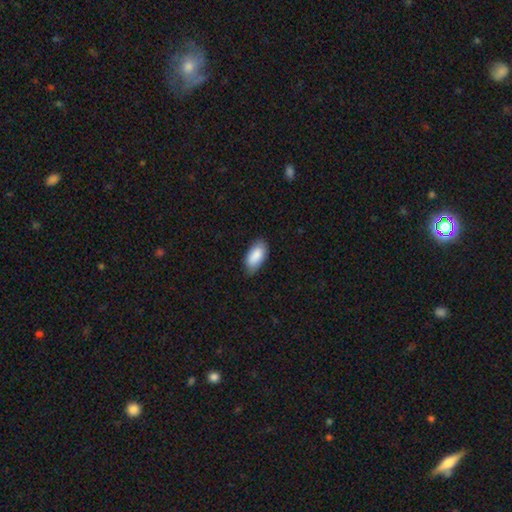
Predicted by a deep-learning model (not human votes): Smooth or featured? Predicted: smooth (p=0.88). How rounded? Predicted: in between (p=0.93). Merging? Predicted: none (p=0.77).